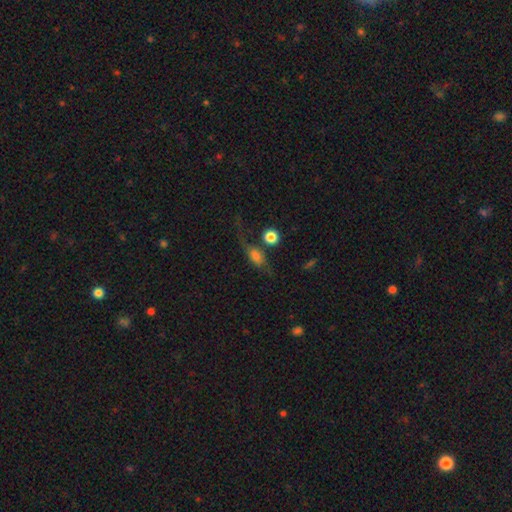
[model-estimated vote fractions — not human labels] A smooth galaxy with no disk features (67%) that is in between round and cigar-shaped (63%).

Vote fractions:
- Smooth or featured? smooth: 67% / featured or disk: 21% / star or artifact: 11%
- How rounded? in between: 63% / round: 27% / cigar-shaped: 10%
- Merging? none: 34% / major disturbance: 33% / minor disturbance: 20% / merger: 14%